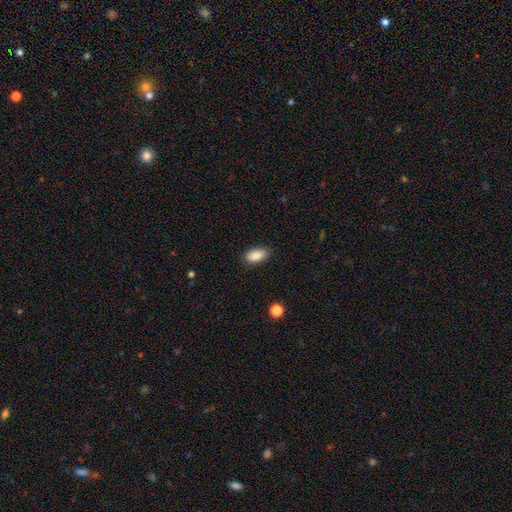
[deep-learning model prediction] A smooth galaxy with no disk features (87%) that is in between round and cigar-shaped (91%).

Vote fractions:
- Smooth or featured? smooth: 87% / star or artifact: 7% / featured or disk: 6%
- How rounded? in between: 91% / cigar-shaped: 5% / round: 4%
- Merging? none: 85% / minor disturbance: 12% / major disturbance: 2% / merger: 1%